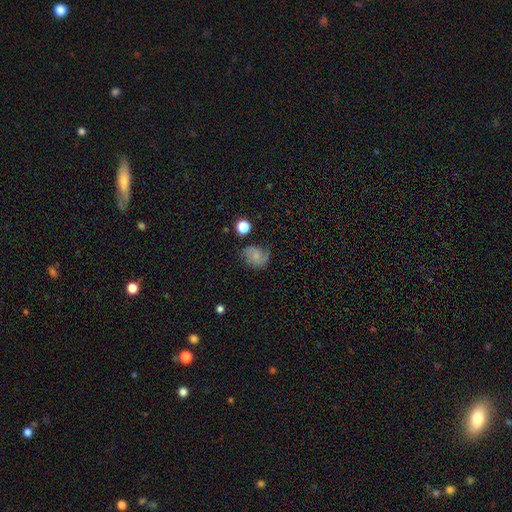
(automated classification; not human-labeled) smooth 45% (tied), featured or disk 45% (tied), star or artifact 10%. Down the decision tree: merging — none (55%).